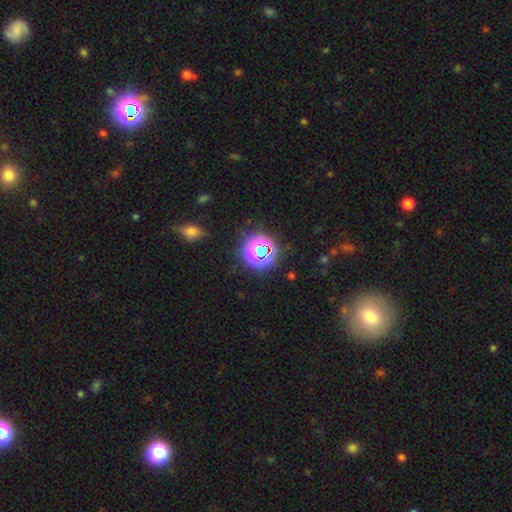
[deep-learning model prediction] star or artifact 50%, smooth 37%, featured or disk 13%.